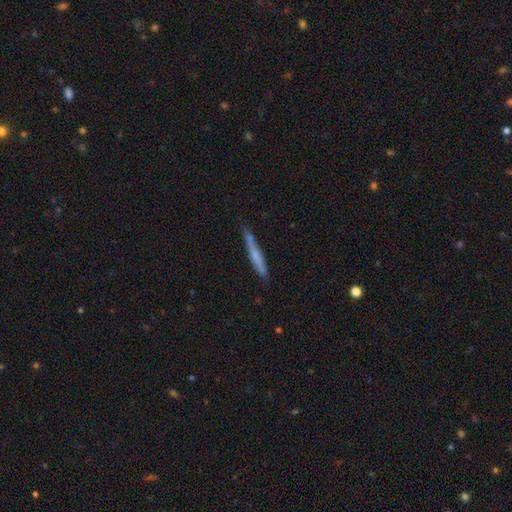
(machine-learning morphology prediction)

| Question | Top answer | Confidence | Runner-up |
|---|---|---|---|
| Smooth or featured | smooth | 53% | featured or disk (41%) |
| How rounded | cigar-shaped | 96% | in between (3%) |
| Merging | none | 80% | minor disturbance (16%) |